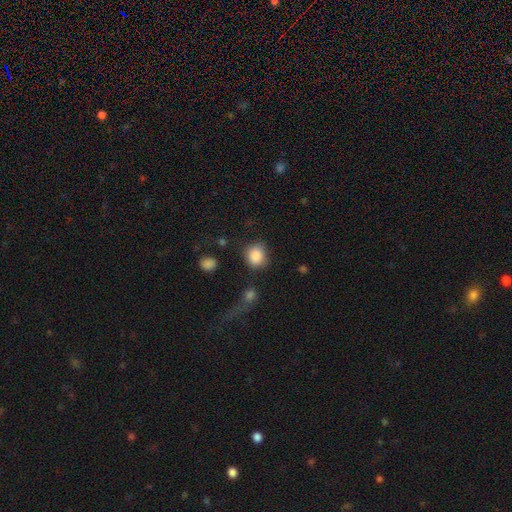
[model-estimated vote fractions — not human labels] Morphology: type=smooth (87%); roundness=round (74%); merging=none (69%).